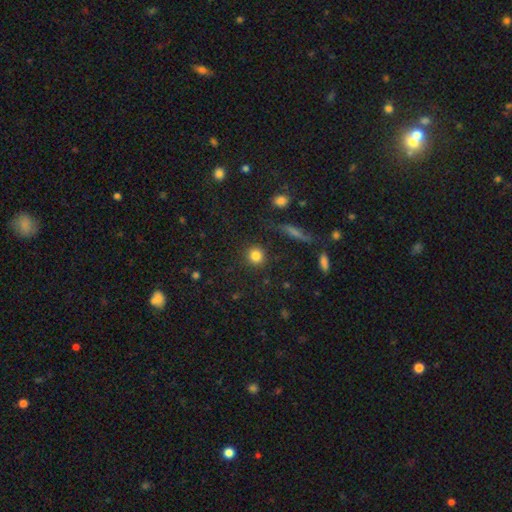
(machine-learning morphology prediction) The model was most divided on "smooth or featured": smooth: 83%, star or artifact: 11%, featured or disk: 6%. More confident: how rounded — round (90%); merging — none (88%).